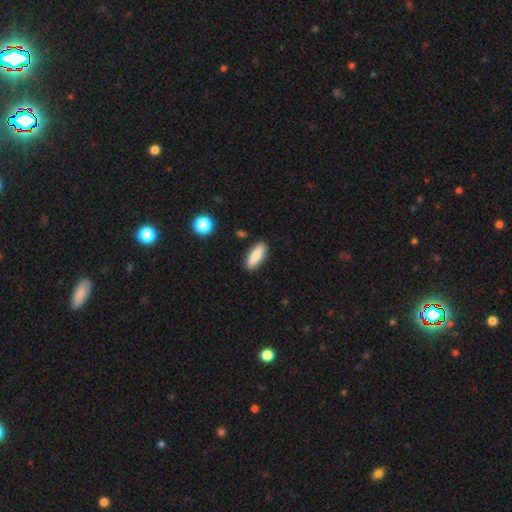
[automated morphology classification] This appears to be a smooth galaxy with no disk features (83%) that is in between round and cigar-shaped (69%). Merging: none (87%).